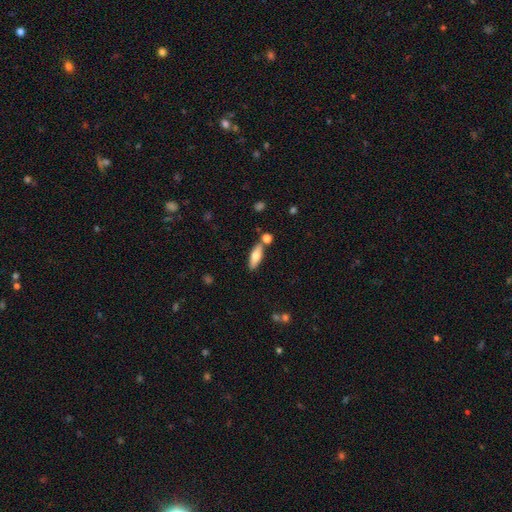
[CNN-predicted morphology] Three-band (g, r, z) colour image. It shows a smooth galaxy with no disk features (67%) that is in between round and cigar-shaped (60%). Merging: none (73%).